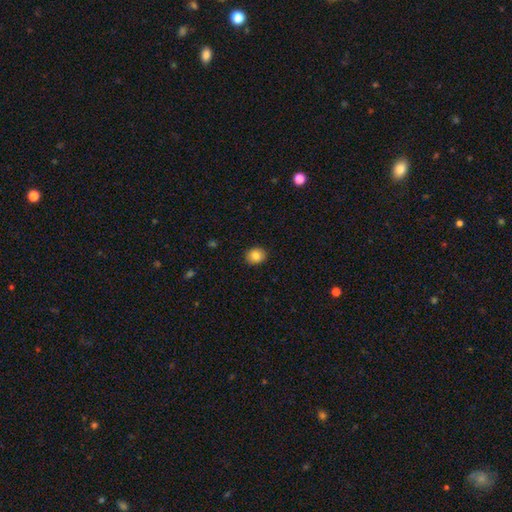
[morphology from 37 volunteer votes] Q: Smooth or featured?
A: smooth (92%); runner-up: star or artifact (5%)
Q: How rounded?
A: round (59%); runner-up: in between (41%)
Q: Merging?
A: none (94%); runner-up: minor disturbance (6%)